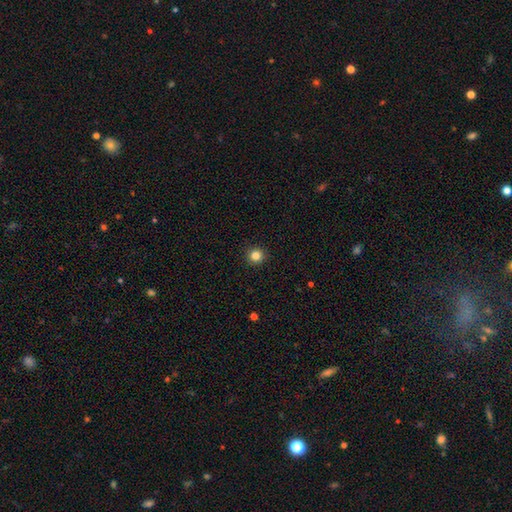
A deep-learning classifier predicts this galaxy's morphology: smooth_or_featured: smooth (p=0.83) [alt: star or artifact p=0.12]
how_rounded: round (p=0.95) [alt: in between p=0.04]
merging: none (p=0.93) [alt: minor disturbance p=0.05]